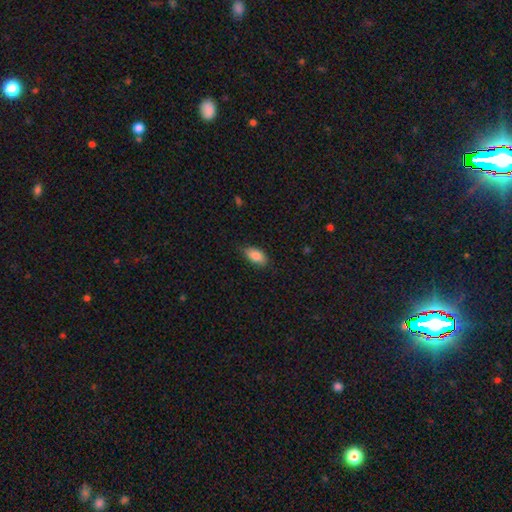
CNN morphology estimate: Smooth or featured: smooth — 86% (featured or disk — 7%)
How rounded: in between — 91% (cigar-shaped — 5%)
Merging: none — 81% (minor disturbance — 16%)